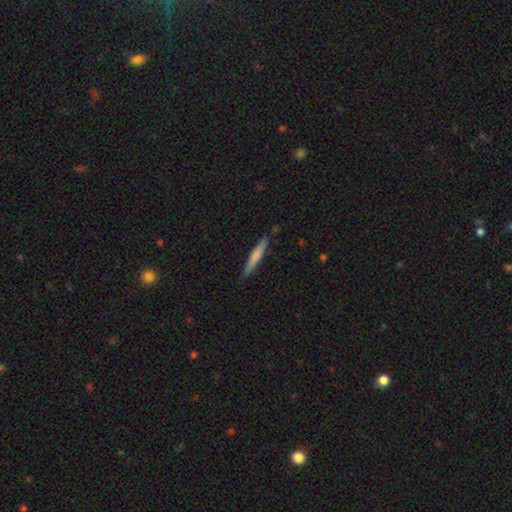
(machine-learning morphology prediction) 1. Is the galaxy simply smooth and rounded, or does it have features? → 65% smooth, 30% featured or disk, 5% star or artifact.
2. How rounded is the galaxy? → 94% cigar-shaped, 4% in between, 1% round.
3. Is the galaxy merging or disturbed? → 86% none, 10% minor disturbance, 2% merger, 2% major disturbance.